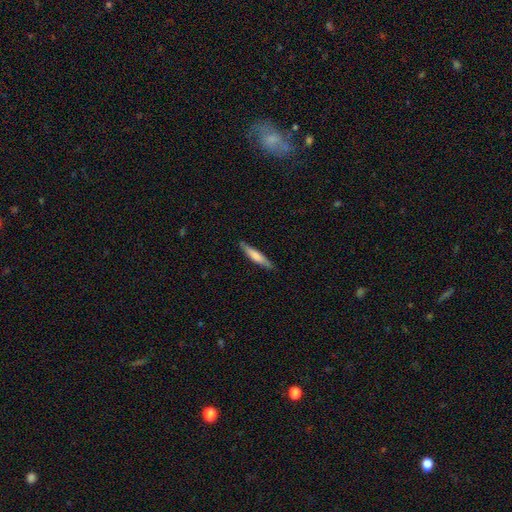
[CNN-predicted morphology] A smooth galaxy with no disk features (66%) that is cigar-shaped (91%). Merging: none (87%).